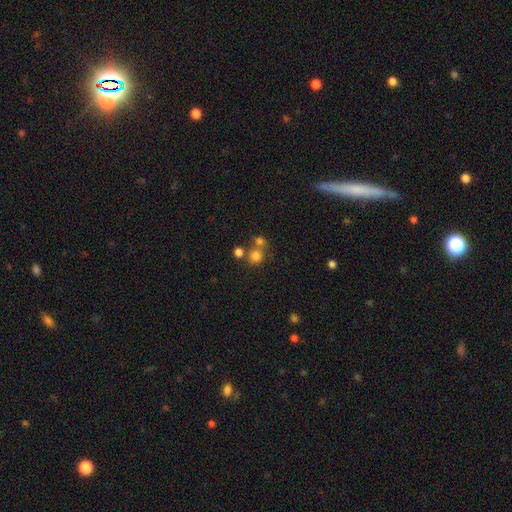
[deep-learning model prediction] Smooth or featured? smooth (75%)
How rounded? round (89%)
Merging? none (58%)